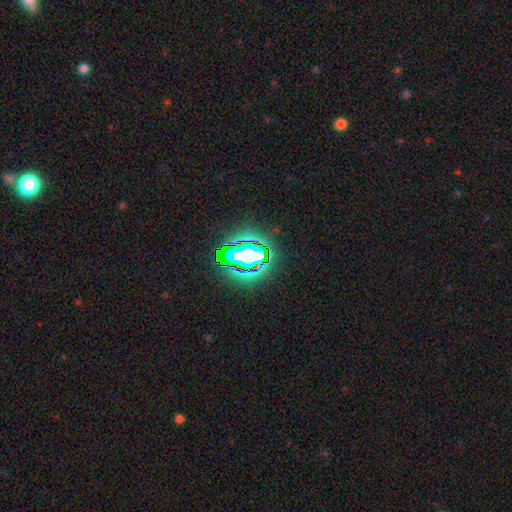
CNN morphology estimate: Smooth or featured?
  - star or artifact: 69% *
  - smooth: 17%
  - featured or disk: 14%